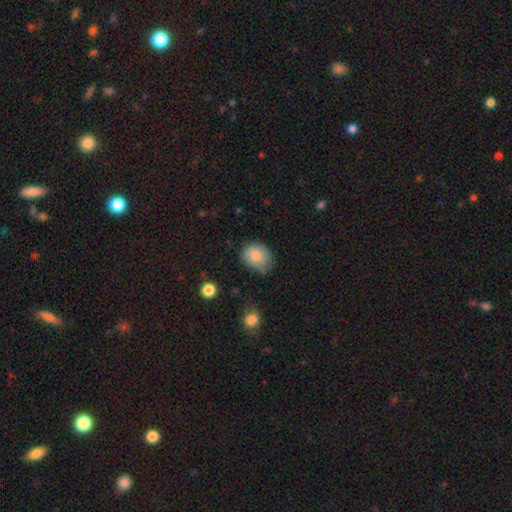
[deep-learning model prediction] Overall: smooth (84%). How rounded: round (56%; in between 43%). Merging: none (62%; minor disturbance 30%).